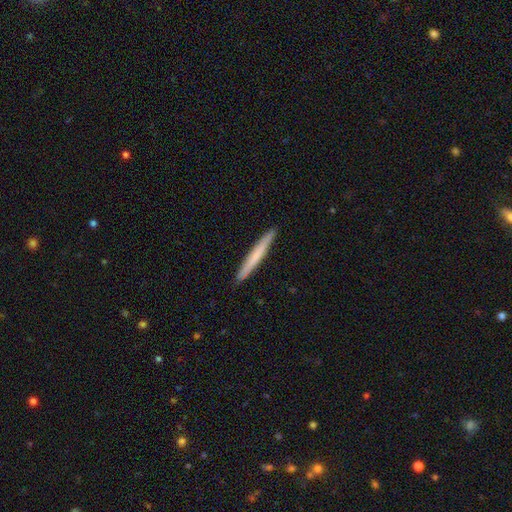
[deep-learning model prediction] Smooth or featured? smooth (63%)
How rounded? cigar-shaped (97%)
Merging? none (92%)